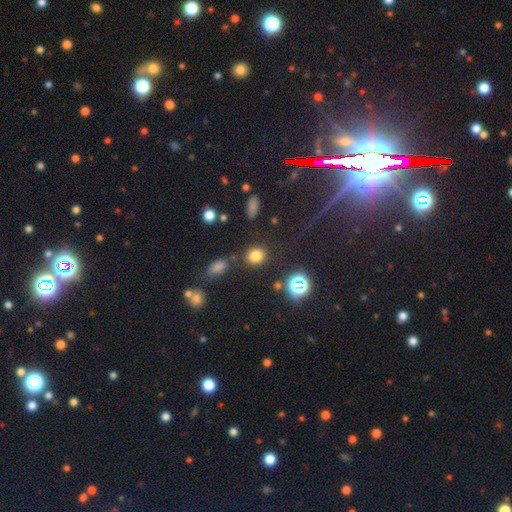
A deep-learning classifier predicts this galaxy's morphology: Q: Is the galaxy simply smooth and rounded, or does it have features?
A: smooth — 78%.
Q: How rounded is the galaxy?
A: round — 70%.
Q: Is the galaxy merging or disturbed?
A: none — 81%.